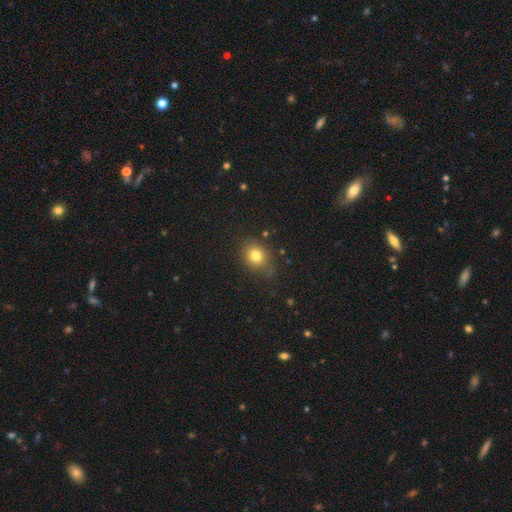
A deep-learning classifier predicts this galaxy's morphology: A smooth galaxy with no disk features (80%) that is round (61%). Merging: none (76%).